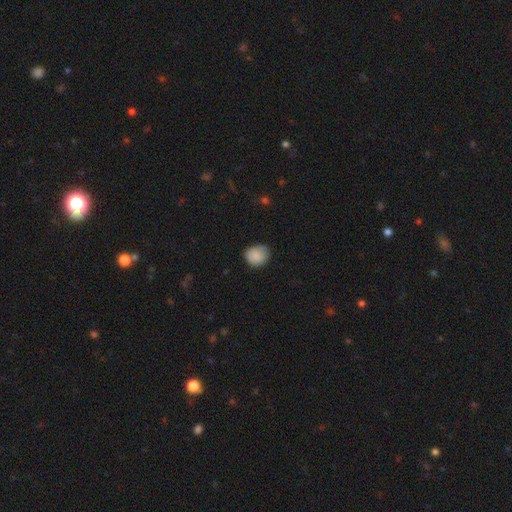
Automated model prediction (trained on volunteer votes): This is clearly a smooth galaxy (87%). How rounded: likely round (74%). Merging: likely none (74%).